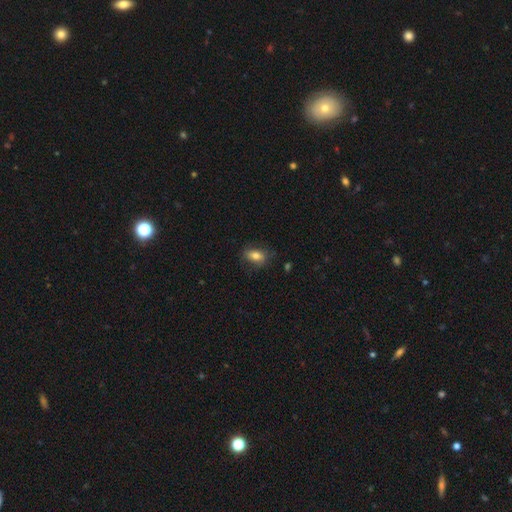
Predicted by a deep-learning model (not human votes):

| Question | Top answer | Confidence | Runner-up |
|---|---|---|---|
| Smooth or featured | smooth | 79% | featured or disk (12%) |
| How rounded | in between | 82% | round (14%) |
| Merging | none | 77% | minor disturbance (17%) |